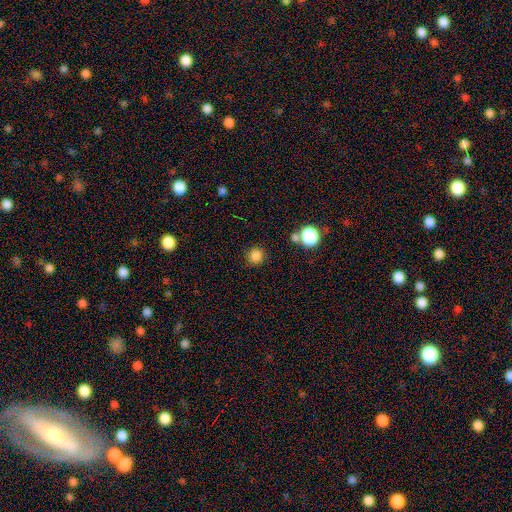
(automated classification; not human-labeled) A smooth galaxy with no disk features (83%) that is round (93%).

Vote fractions:
- Smooth or featured? smooth: 83% / star or artifact: 13% / featured or disk: 4%
- How rounded? round: 93% / in between: 7% / cigar-shaped: 1%
- Merging? none: 86% / minor disturbance: 7% / merger: 4% / major disturbance: 3%